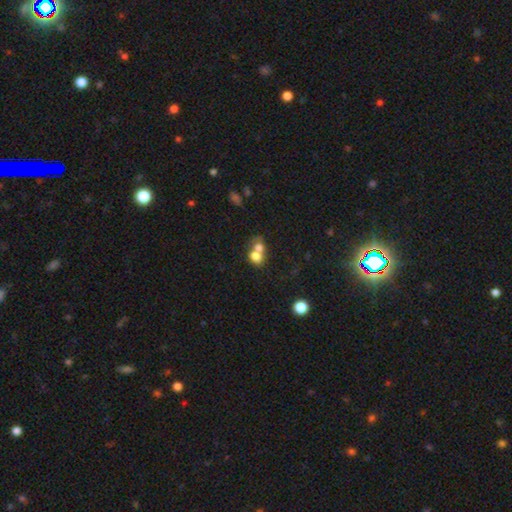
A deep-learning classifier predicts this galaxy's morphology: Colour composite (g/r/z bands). It shows a smooth galaxy with no disk features (70%) that is round (57%). Merging: merger (66%).